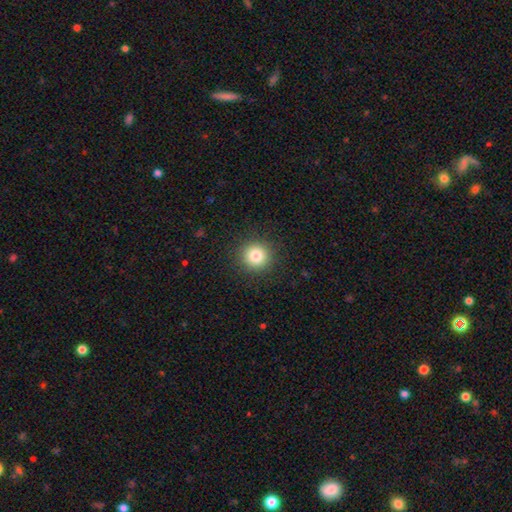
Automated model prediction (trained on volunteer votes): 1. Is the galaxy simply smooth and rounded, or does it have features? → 82% smooth, 12% star or artifact, 6% featured or disk.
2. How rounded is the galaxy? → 94% round, 6% in between, 1% cigar-shaped.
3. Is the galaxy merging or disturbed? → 91% none, 6% minor disturbance, 2% major disturbance, 1% merger.